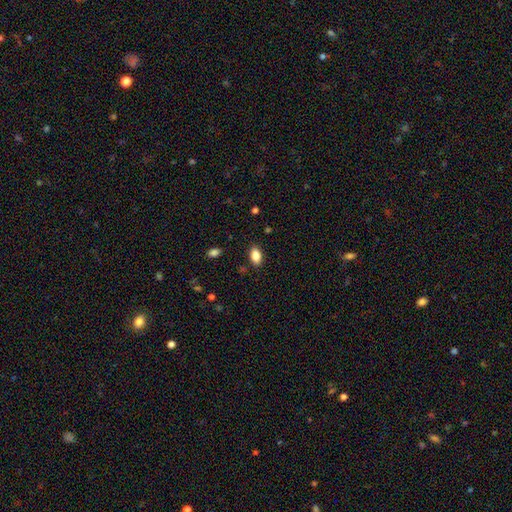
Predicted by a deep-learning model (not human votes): Smooth or featured: smooth — 86% (star or artifact — 9%)
How rounded: in between — 90% (round — 8%)
Merging: none — 87% (minor disturbance — 10%)